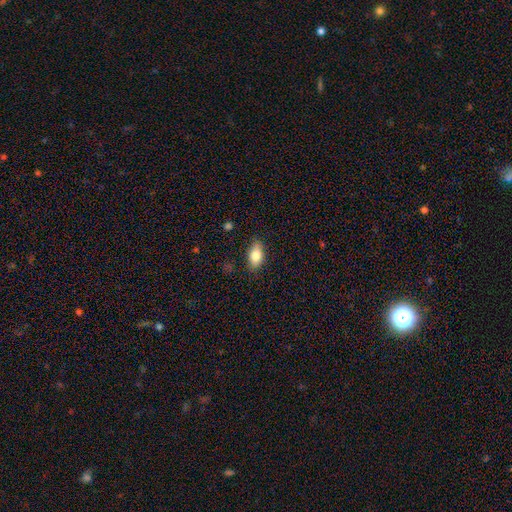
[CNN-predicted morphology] smooth 82%, featured or disk 11%, star or artifact 7%. Down the decision tree: how rounded — in between (89%); merging — none (84%).